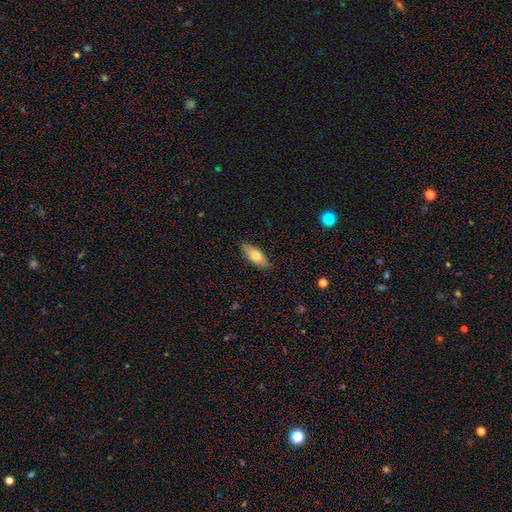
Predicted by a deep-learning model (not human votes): This appears to be a smooth galaxy with no disk features (70%) that is in between round and cigar-shaped (73%). Merging: none (87%).